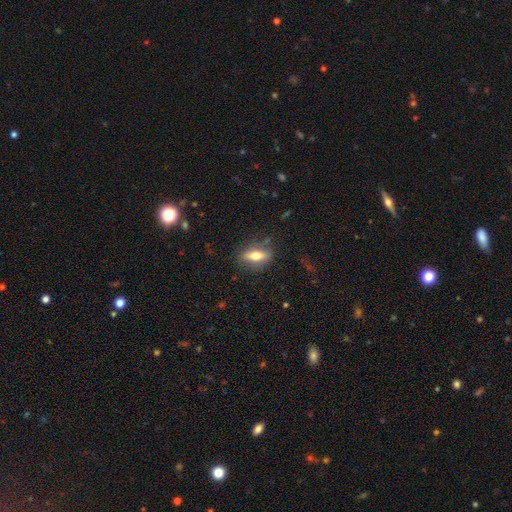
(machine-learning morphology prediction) Overall: smooth (54%; featured or disk 38%). How rounded: in between (64%; cigar-shaped 28%). Merging: none (79%).